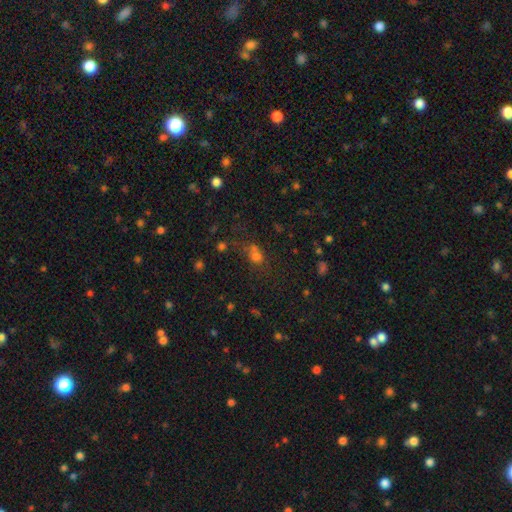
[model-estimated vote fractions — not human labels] A smooth galaxy with no disk features (58%) that is round (68%). Merging: none (46%).